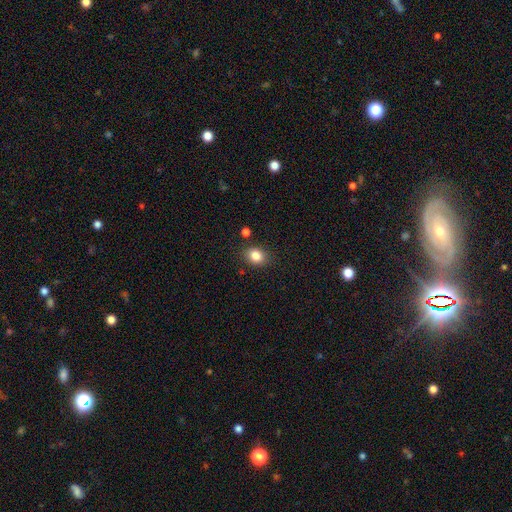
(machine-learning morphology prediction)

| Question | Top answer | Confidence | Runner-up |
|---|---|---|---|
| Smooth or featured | smooth | 83% | star or artifact (10%) |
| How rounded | in between | 52% | round (47%) |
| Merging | none | 83% | minor disturbance (10%) |